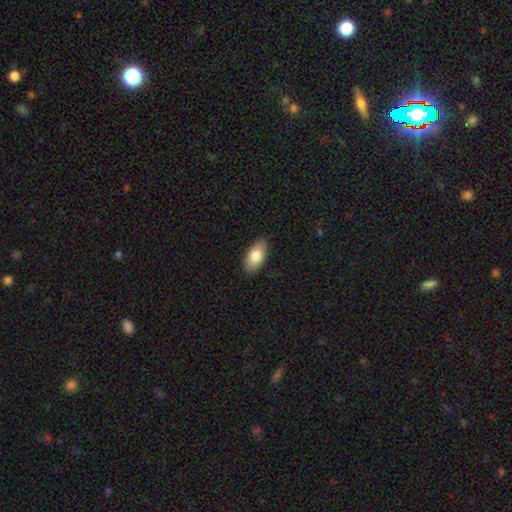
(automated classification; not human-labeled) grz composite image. It shows a smooth galaxy with no disk features (79%) that is in between round and cigar-shaped (93%). Merging: none (87%).